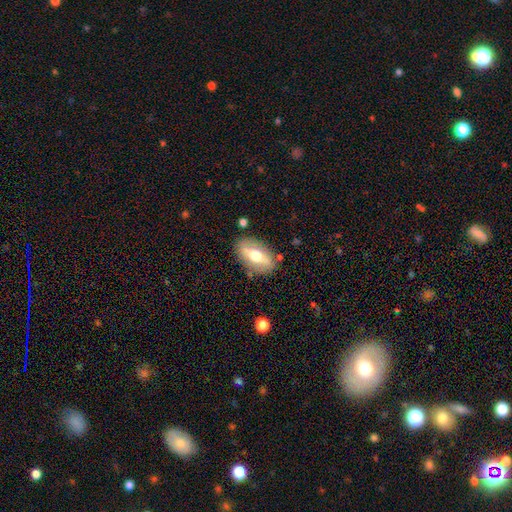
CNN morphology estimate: smooth-or-featured: featured or disk: 49% | smooth: 45% | star or artifact: 7%
  merging: none: 81% | minor disturbance: 12% | major disturbance: 4% | merger: 2%